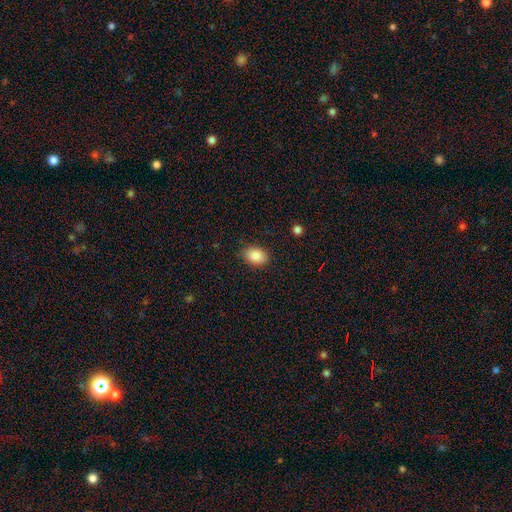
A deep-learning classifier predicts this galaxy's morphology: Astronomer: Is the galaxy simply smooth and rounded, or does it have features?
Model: smooth — 87%.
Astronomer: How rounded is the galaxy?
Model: in between — 79%.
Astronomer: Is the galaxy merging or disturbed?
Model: none — 85%.